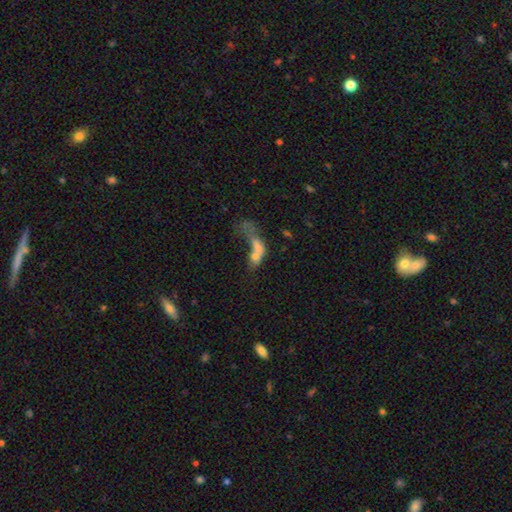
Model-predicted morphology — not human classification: A smooth galaxy with no disk features (41%).

Vote fractions:
- Smooth or featured? smooth: 41% / featured or disk: 38% / star or artifact: 21%
- Merging? merger: 52% / major disturbance: 24% / none: 16% / minor disturbance: 8%